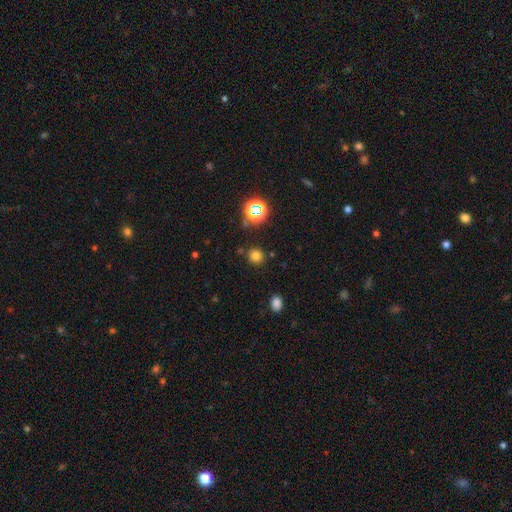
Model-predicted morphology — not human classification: type=smooth (75%); roundness=round (88%); merging=none (84%).